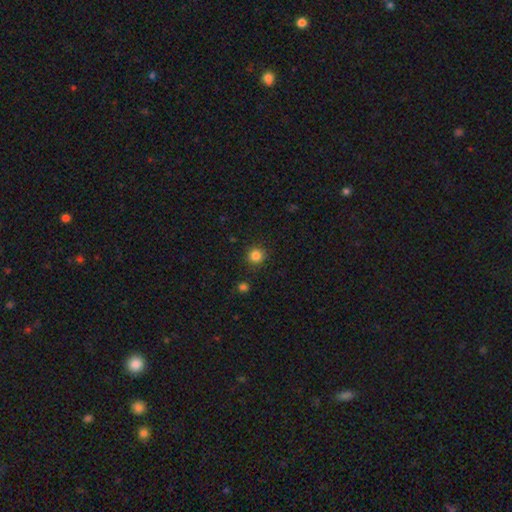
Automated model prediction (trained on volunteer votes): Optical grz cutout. It shows a smooth galaxy with no disk features (84%) that is round (94%). Merging: none (89%).